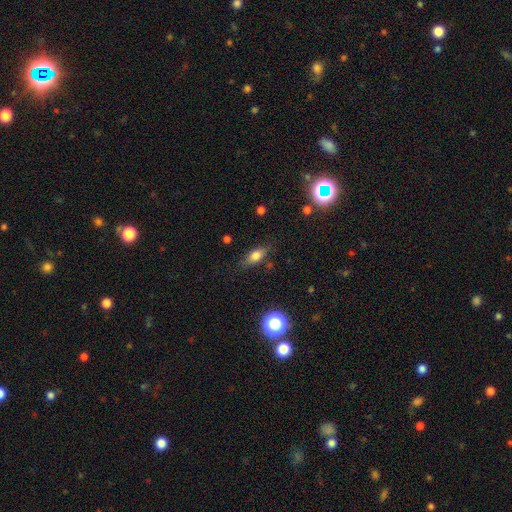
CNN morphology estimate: smooth_or_featured: smooth (p=0.72) [alt: featured or disk p=0.18]
how_rounded: in between (p=0.75) [alt: cigar-shaped p=0.17]
merging: none (p=0.78) [alt: minor disturbance p=0.16]